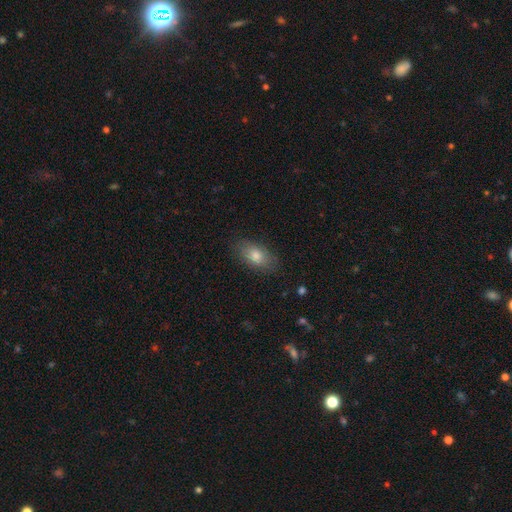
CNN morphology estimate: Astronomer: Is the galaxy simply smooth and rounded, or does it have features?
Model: smooth — 79%.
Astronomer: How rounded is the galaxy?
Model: in between — 89%.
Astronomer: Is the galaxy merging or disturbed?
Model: none — 86%.